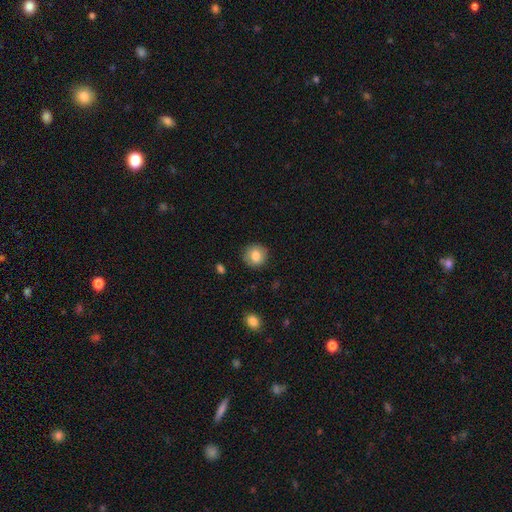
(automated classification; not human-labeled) Smooth or featured?
  - smooth: 82% *
  - featured or disk: 10%
  - star or artifact: 8%
How rounded?
  - round: 88% *
  - in between: 11%
  - cigar-shaped: 1%
Merging?
  - none: 89% *
  - minor disturbance: 8%
  - major disturbance: 2%
  - merger: 1%